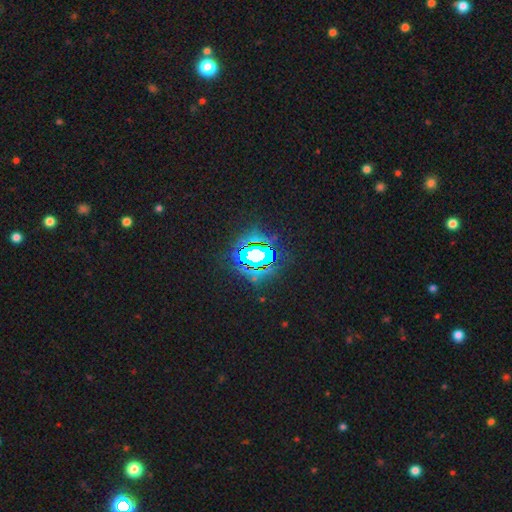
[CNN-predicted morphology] Smooth or featured: star or artifact — 74% (smooth — 14%)